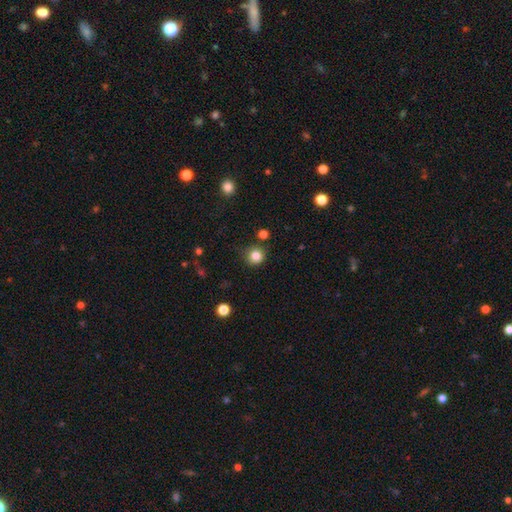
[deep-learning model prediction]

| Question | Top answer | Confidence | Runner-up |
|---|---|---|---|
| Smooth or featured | smooth | 84% | star or artifact (12%) |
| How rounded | round | 92% | in between (7%) |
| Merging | none | 83% | minor disturbance (10%) |